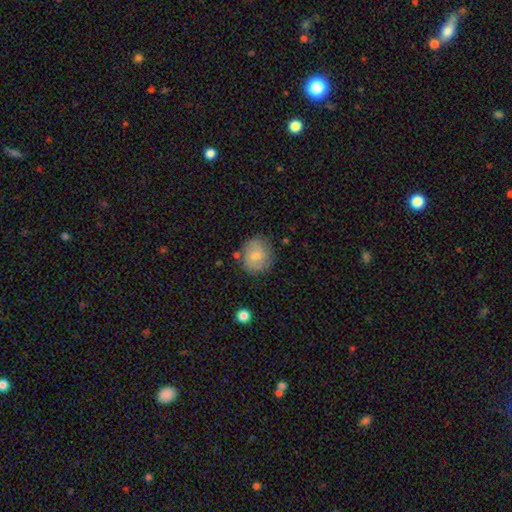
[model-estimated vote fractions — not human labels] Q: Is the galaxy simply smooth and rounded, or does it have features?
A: smooth — 74%.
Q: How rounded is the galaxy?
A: round — 82%.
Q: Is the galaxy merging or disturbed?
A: none — 78%.